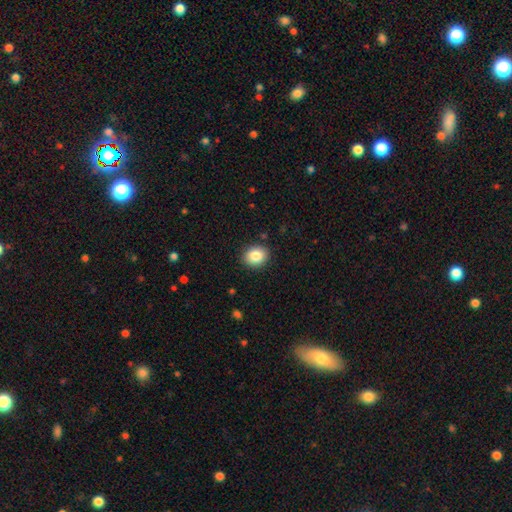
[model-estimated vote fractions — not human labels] A smooth galaxy with no disk features (86%) that is round (61%).

Vote fractions:
- Smooth or featured? smooth: 86% / star or artifact: 8% / featured or disk: 6%
- How rounded? round: 61% / in between: 38% / cigar-shaped: 1%
- Merging? none: 89% / minor disturbance: 8% / major disturbance: 2% / merger: 1%